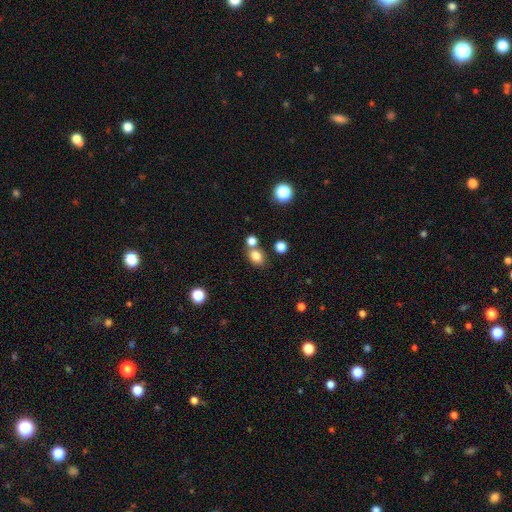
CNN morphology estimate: A smooth galaxy with no disk features (81%) that is in between round and cigar-shaped (50%). Merging: none (61%).